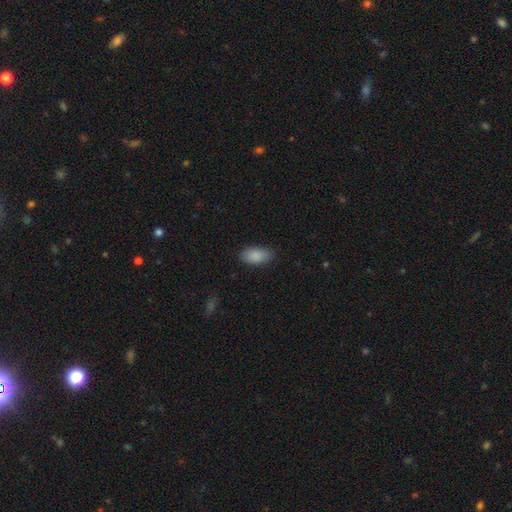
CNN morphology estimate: smooth-or-featured: smooth: 88% | star or artifact: 7% | featured or disk: 5%
  how-rounded: in between: 93% | cigar-shaped: 4% | round: 3%
  merging: none: 85% | minor disturbance: 11% | major disturbance: 3% | merger: 1%